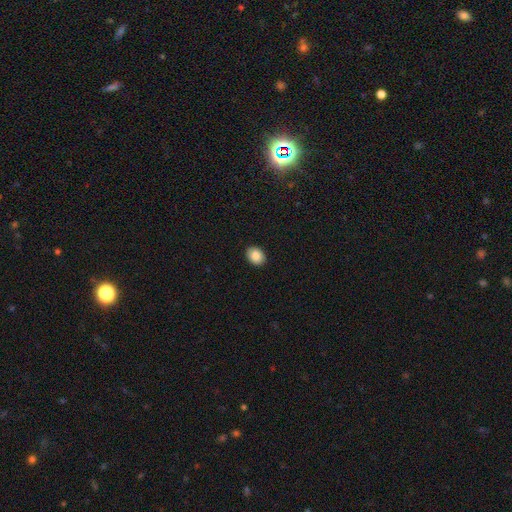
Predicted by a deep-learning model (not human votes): Smooth or featured: smooth — 86% (star or artifact — 8%)
How rounded: in between — 61% (round — 38%)
Merging: none — 91% (minor disturbance — 7%)